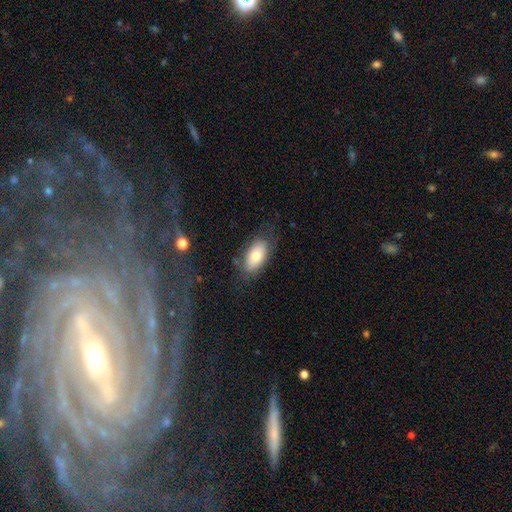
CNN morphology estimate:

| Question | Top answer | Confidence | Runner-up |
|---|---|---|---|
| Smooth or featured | smooth | 76% | featured or disk (17%) |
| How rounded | in between | 93% | round (4%) |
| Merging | none | 75% | minor disturbance (17%) |